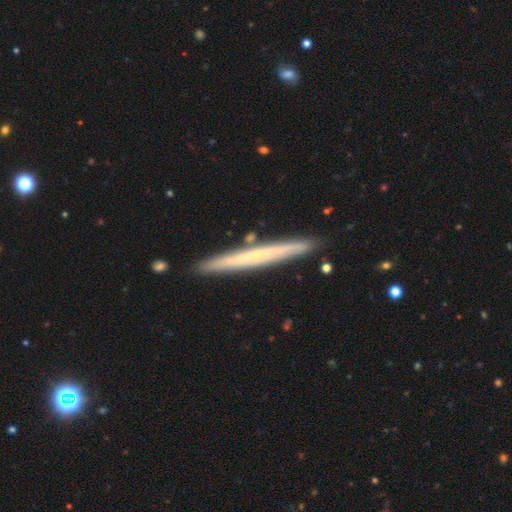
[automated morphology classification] Smooth or featured? featured or disk (57%)
Edge-on disk? yes (96%)
Edge-on bulge? none (76%)
Merging? none (89%)